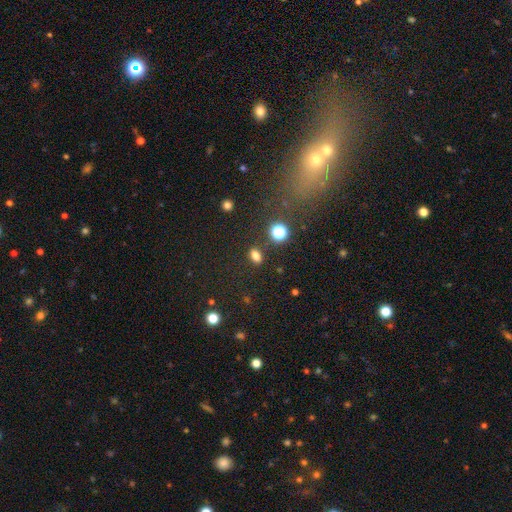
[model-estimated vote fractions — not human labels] This is likely a smooth galaxy (77%). How rounded: likely in between (80%). Merging: clearly none (83%).